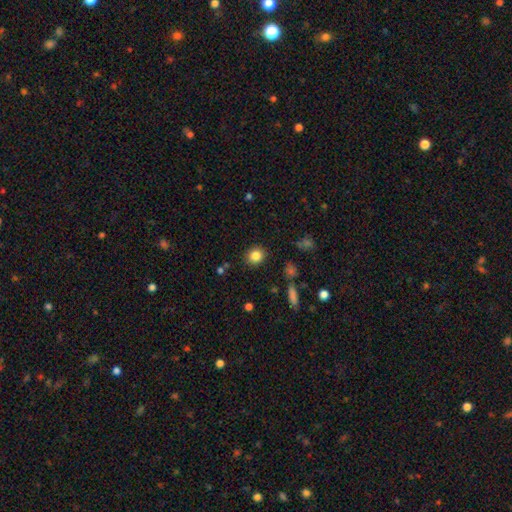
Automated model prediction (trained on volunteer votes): The model was most divided on "how rounded": round: 82%, in between: 17%, cigar-shaped: 1%. More confident: merging — none (89%); smooth or featured — smooth (84%).